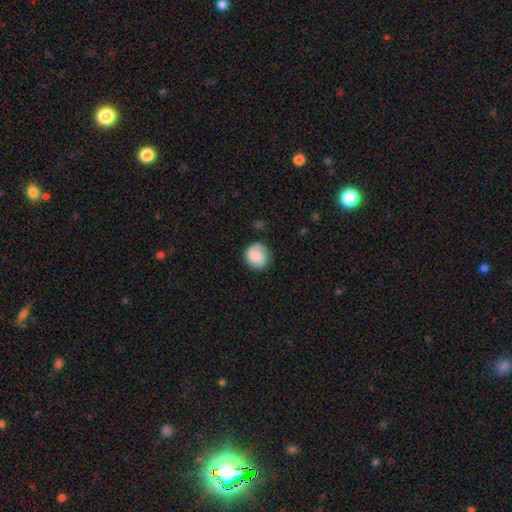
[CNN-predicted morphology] type=smooth (75%); roundness=round (79%); merging=none (75%).